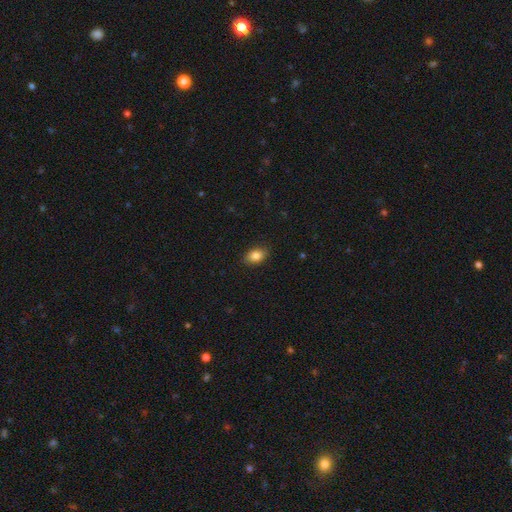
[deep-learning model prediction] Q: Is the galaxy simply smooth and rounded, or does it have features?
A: smooth — 84%.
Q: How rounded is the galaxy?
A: in between — 83%.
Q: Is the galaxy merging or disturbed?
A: none — 88%.